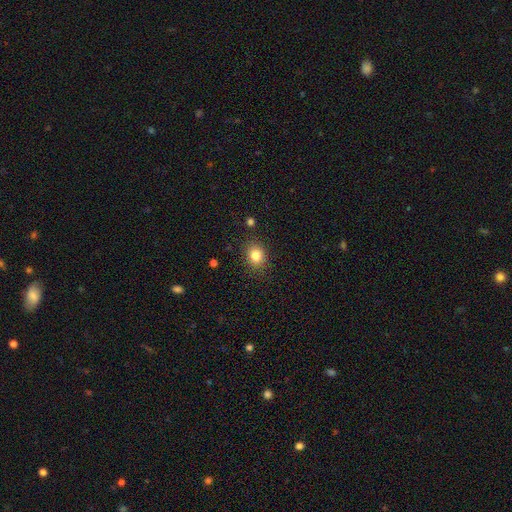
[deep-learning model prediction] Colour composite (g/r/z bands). It shows a smooth galaxy with no disk features (82%) that is round (62%). Merging: none (85%).